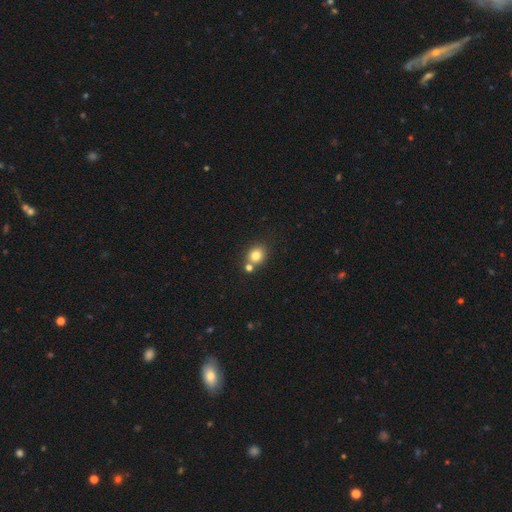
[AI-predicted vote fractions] A smooth galaxy with no disk features (79%) that is round (74%).

Vote fractions:
- Smooth or featured? smooth: 79% / star or artifact: 13% / featured or disk: 8%
- How rounded? round: 74% / in between: 25% / cigar-shaped: 1%
- Merging? none: 65% / merger: 23% / minor disturbance: 9% / major disturbance: 3%